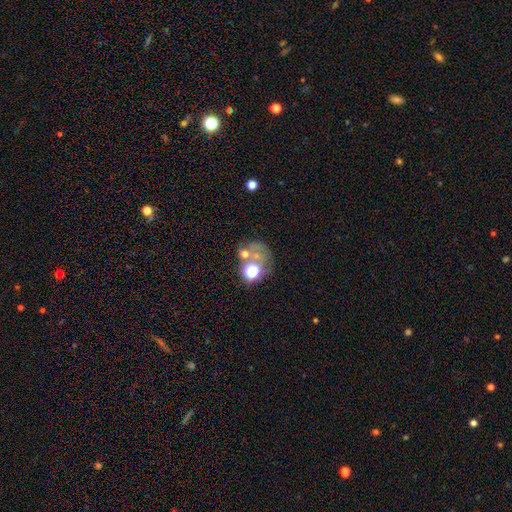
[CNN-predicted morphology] smooth-or-featured: smooth: 43% | star or artifact: 38% | featured or disk: 20%
  merging: none: 43% | merger: 27% | major disturbance: 17% | minor disturbance: 12%